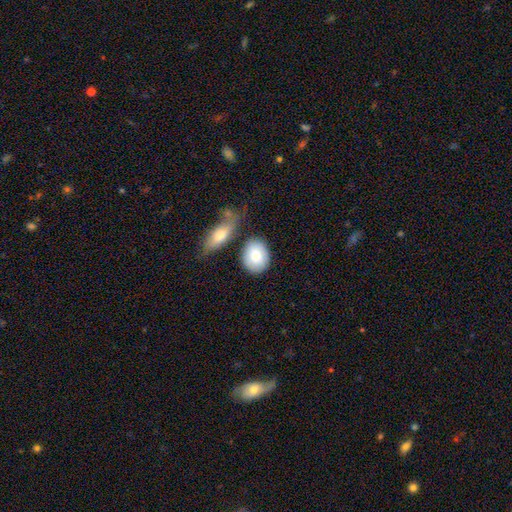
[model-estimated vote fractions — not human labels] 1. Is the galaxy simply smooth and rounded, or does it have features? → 83% smooth, 11% featured or disk, 6% star or artifact.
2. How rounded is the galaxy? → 57% in between, 41% round, 2% cigar-shaped.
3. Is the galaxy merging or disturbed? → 70% none, 14% minor disturbance, 12% merger, 4% major disturbance.